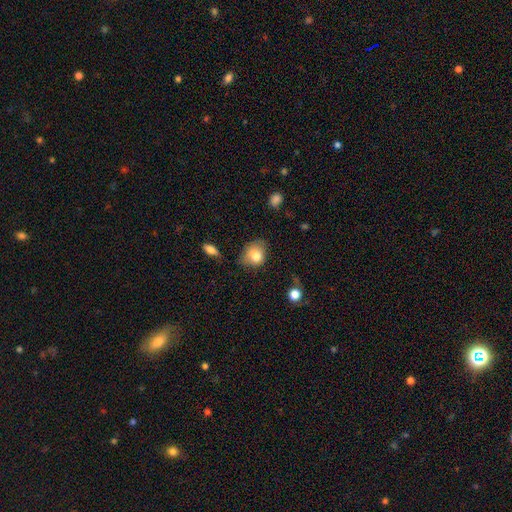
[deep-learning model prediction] This appears to be a smooth galaxy with no disk features (79%) that is in between round and cigar-shaped (54%). Merging: none (44%).